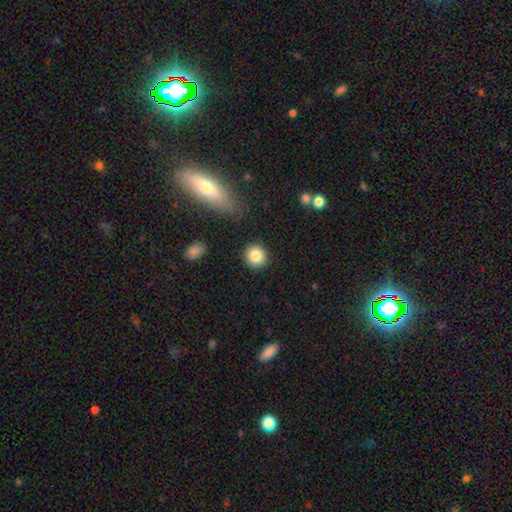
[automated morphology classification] Smooth or featured: smooth — 85% (star or artifact — 9%)
How rounded: round — 90% (in between — 9%)
Merging: none — 89% (minor disturbance — 7%)